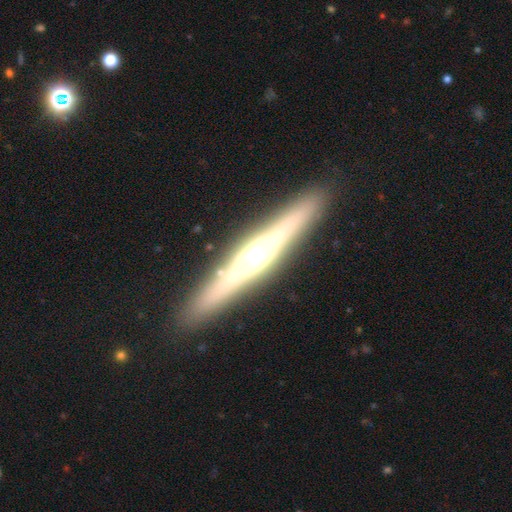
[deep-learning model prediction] Smooth or featured: featured or disk — 74% (smooth — 20%)
Edge-on disk: yes — 95% (no — 5%)
Edge-on bulge: rounded — 75% (boxy — 16%)
Merging: none — 90% (minor disturbance — 7%)